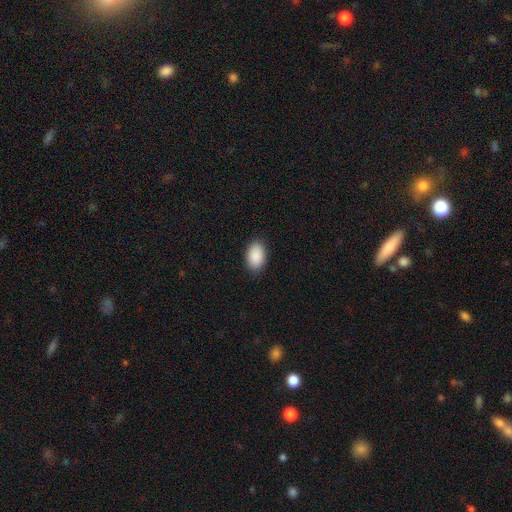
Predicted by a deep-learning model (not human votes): This is clearly a smooth galaxy (91%). How rounded: clearly in between (92%). Merging: clearly none (88%).